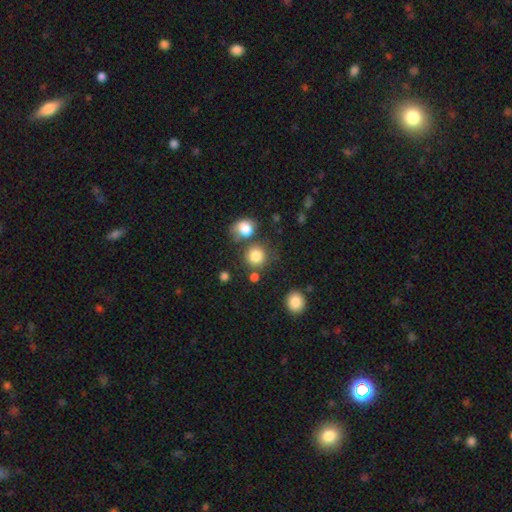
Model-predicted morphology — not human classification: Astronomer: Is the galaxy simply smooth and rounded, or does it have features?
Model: smooth — 82%.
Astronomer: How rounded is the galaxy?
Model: round — 89%.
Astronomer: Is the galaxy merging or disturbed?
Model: none — 70%.